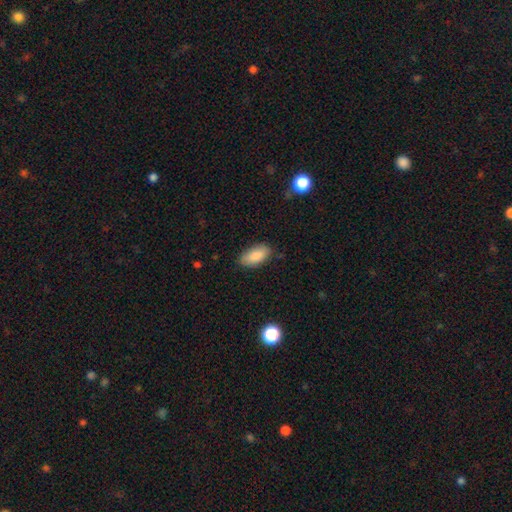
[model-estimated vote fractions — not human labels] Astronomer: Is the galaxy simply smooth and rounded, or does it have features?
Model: smooth — 87%.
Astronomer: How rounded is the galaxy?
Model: in between — 92%.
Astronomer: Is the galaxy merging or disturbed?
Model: none — 83%.